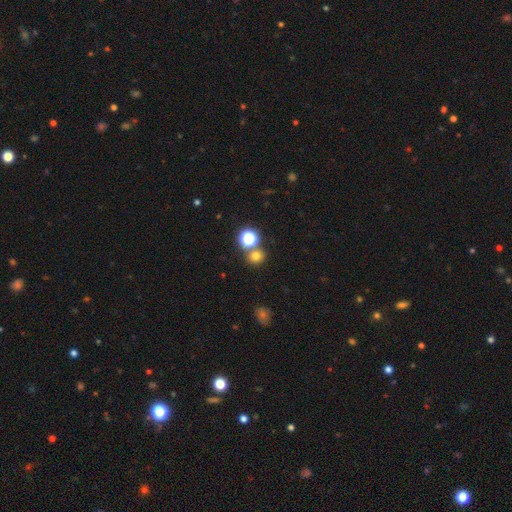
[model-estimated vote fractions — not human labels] Smooth or featured?
  - smooth: 70% *
  - star or artifact: 23%
  - featured or disk: 7%
How rounded?
  - round: 84% *
  - in between: 15%
  - cigar-shaped: 1%
Merging?
  - none: 71% *
  - merger: 19%
  - minor disturbance: 7%
  - major disturbance: 3%